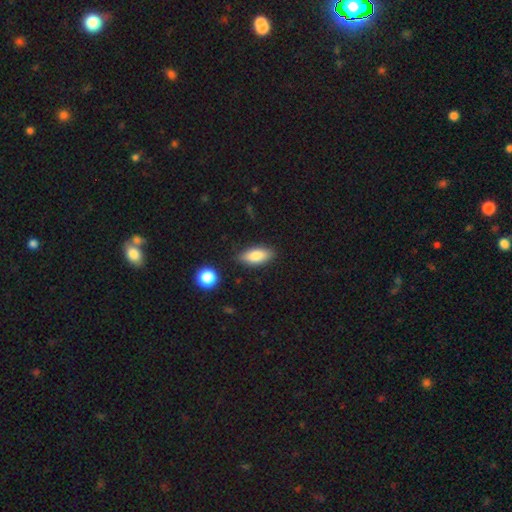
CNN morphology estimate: The model was most divided on "merging": none: 82%, minor disturbance: 12%, merger: 3%, major disturbance: 3%. More confident: how rounded — in between (85%); smooth or featured — smooth (82%).